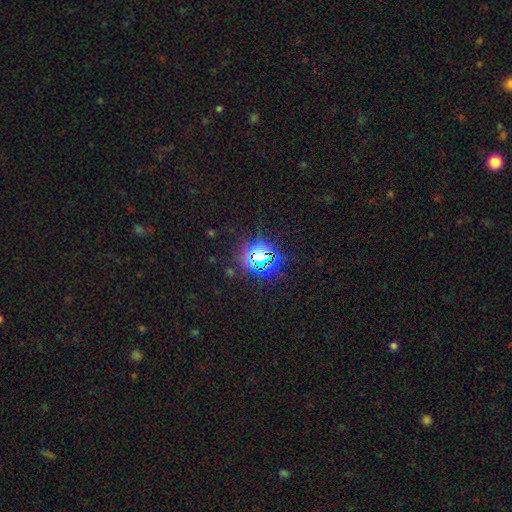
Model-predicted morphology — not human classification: star or artifact 78%, smooth 14%, featured or disk 8%.